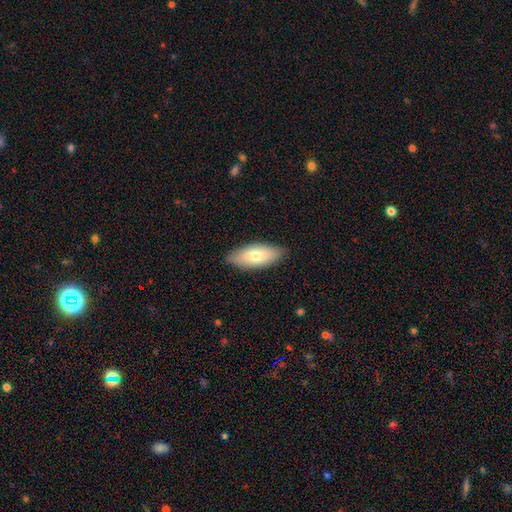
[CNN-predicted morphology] A smooth galaxy with no disk features (73%) that is in between round and cigar-shaped (82%). Merging: none (86%).